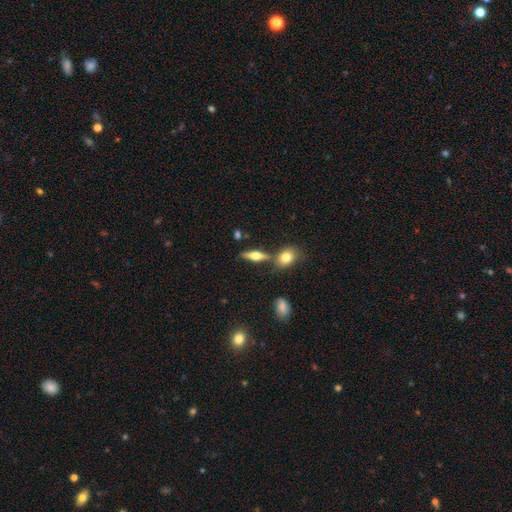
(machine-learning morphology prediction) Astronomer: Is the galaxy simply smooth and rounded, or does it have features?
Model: featured or disk — 52% (runner-up: smooth, 40%).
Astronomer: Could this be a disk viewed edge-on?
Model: yes — 93%.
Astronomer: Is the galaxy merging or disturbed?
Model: none — 74%.